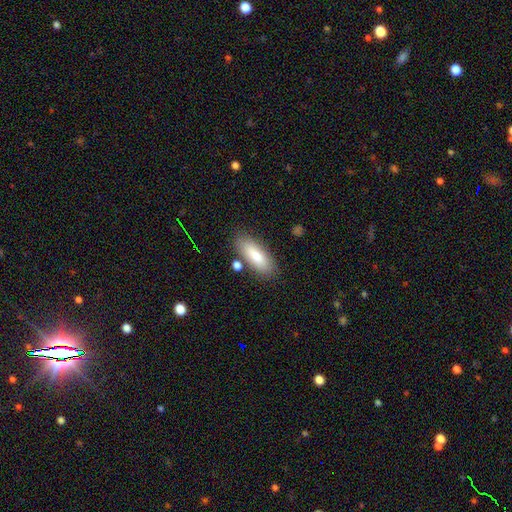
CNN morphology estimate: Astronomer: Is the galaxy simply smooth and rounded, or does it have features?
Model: smooth — 78%.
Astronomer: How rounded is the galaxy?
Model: in between — 71%.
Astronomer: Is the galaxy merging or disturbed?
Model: none — 79%.